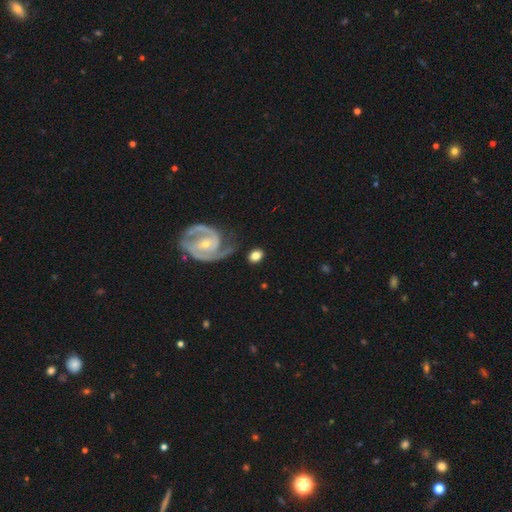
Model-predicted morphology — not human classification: Q: Smooth or featured?
A: smooth (59%); runner-up: featured or disk (34%)
Q: How rounded?
A: in between (52%); runner-up: round (46%)
Q: Merging?
A: none (73%); runner-up: minor disturbance (15%)